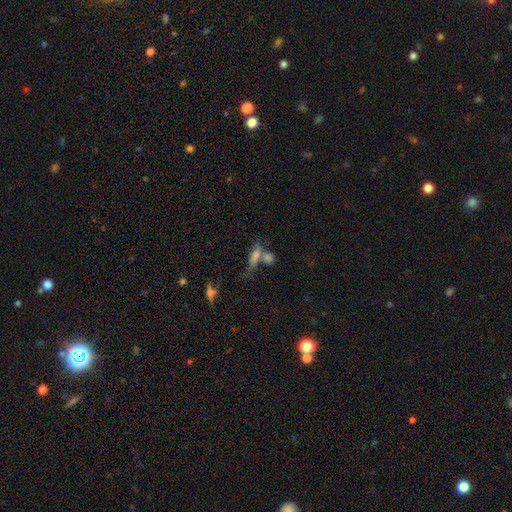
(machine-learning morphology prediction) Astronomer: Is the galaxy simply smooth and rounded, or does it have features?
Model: smooth — 57%.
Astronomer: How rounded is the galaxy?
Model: in between — 46% (runner-up: cigar-shaped, 45%).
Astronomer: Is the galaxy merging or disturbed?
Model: none — 42% (runner-up: merger, 36%).